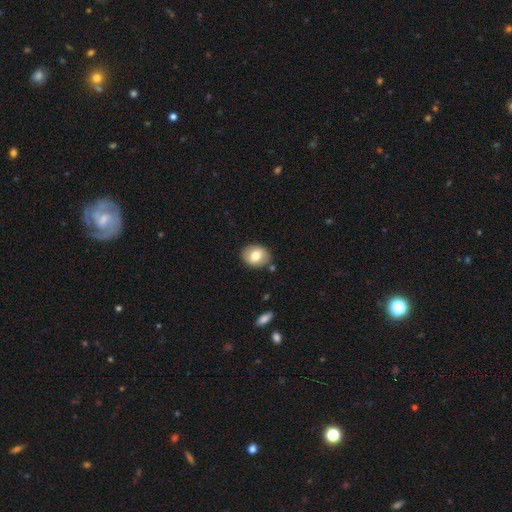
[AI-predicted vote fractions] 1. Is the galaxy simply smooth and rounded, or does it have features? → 73% smooth, 20% featured or disk, 8% star or artifact.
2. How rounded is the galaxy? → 53% in between, 46% round, 1% cigar-shaped.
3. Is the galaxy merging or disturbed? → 84% none, 11% minor disturbance, 3% merger, 3% major disturbance.